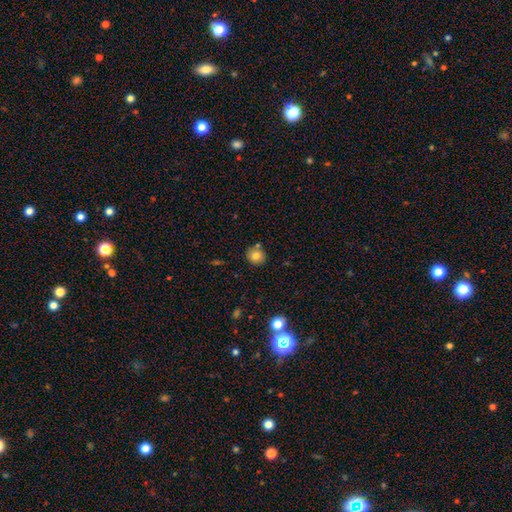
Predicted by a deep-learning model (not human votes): Smooth or featured?
  - smooth: 79% *
  - star or artifact: 11%
  - featured or disk: 10%
How rounded?
  - round: 89% *
  - in between: 10%
  - cigar-shaped: 1%
Merging?
  - none: 77% *
  - minor disturbance: 11%
  - merger: 10%
  - major disturbance: 3%